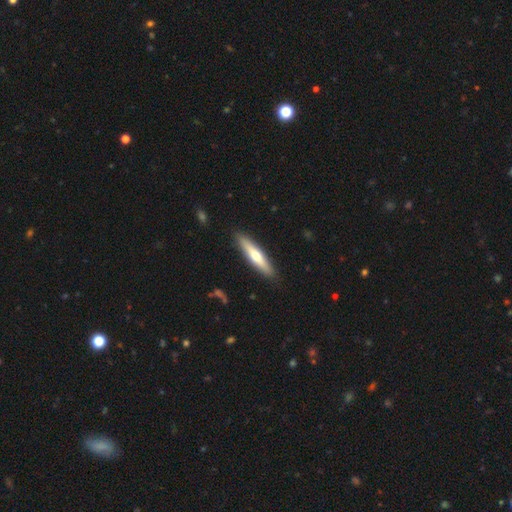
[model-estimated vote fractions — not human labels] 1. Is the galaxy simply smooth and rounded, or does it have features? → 54% smooth, 41% featured or disk, 5% star or artifact.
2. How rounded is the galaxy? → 83% cigar-shaped, 15% in between, 1% round.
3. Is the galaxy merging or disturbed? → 90% none, 7% minor disturbance, 2% major disturbance, 1% merger.